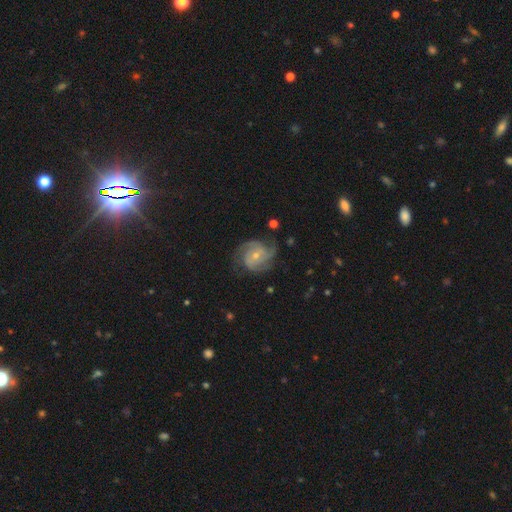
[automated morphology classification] featured or disk 86%, smooth 9%, star or artifact 5%. Down the decision tree: edge-on disk — no (98%); bar — no (66%); spiral arms — yes (97%); spiral arm count — 3 (49%); spiral winding — tight (44%, tied with medium); bulge size — small (63%); merging — none (70%).